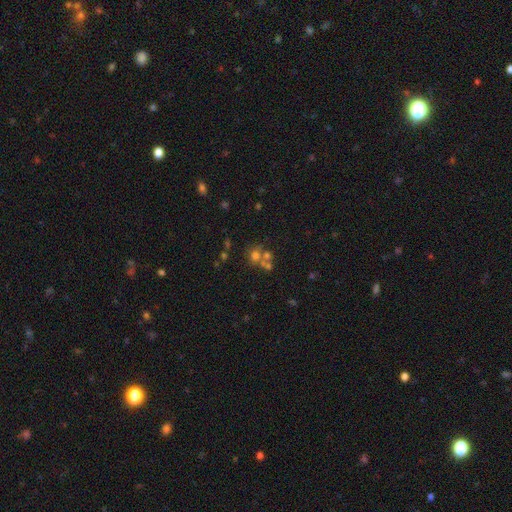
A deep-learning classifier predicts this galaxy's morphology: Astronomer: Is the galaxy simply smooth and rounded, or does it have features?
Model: smooth — 41% (runner-up: star or artifact, 39%).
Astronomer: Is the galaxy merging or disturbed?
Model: none — 47% (runner-up: merger, 33%).